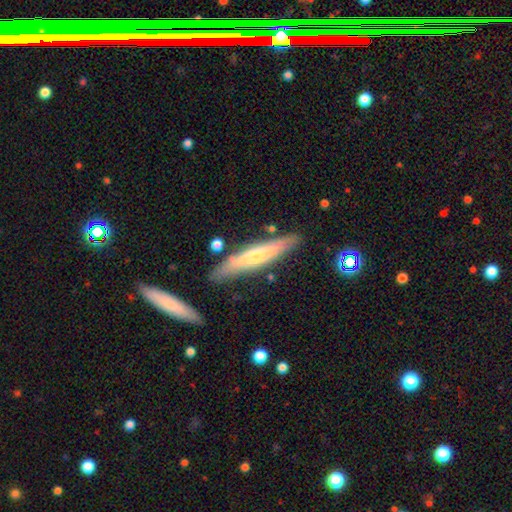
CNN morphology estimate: Smooth or featured? smooth (50%)
How rounded? cigar-shaped (89%)
Merging? none (81%)